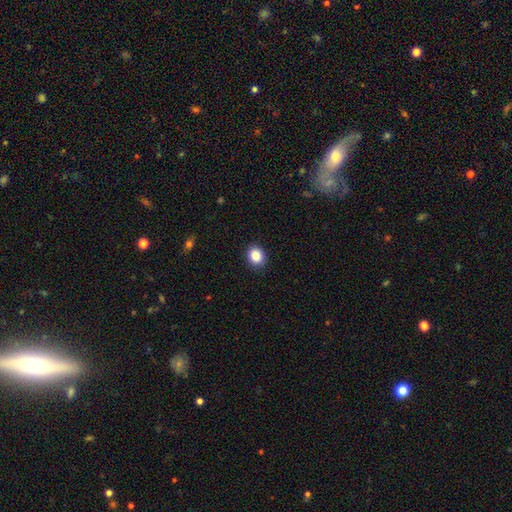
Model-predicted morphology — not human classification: type=smooth (86%); roundness=round (61%); merging=none (89%).